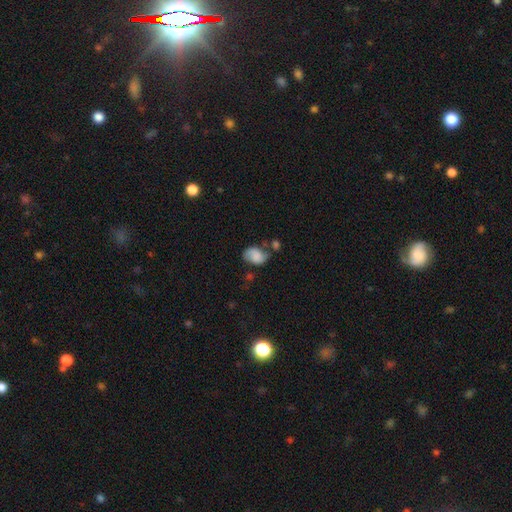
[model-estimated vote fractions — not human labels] Smooth or featured? Predicted: smooth (p=0.62). How rounded? Predicted: in between (p=0.77). Merging? Predicted: none (p=0.44).